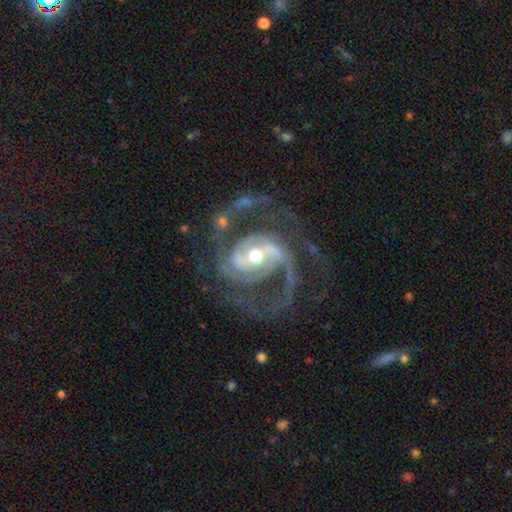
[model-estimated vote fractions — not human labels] featured or disk 92%, star or artifact 4%, smooth 3%. Down the decision tree: edge-on disk — no (98%); bar — strong (38%); spiral arms — yes (98%); spiral arm count — 2 (54%); spiral winding — medium (51%); bulge size — moderate (67%); merging — none (55%).